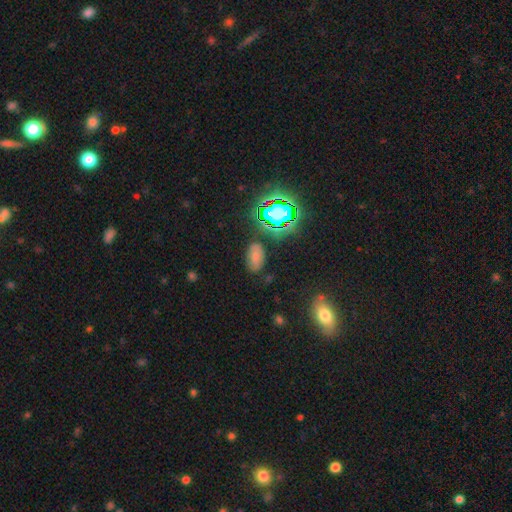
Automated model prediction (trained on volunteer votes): A smooth galaxy with no disk features (64%) that is in between round and cigar-shaped (92%).

Vote fractions:
- Smooth or featured? smooth: 64% / star or artifact: 24% / featured or disk: 12%
- How rounded? in between: 92% / round: 6% / cigar-shaped: 2%
- Merging? none: 78% / minor disturbance: 15% / major disturbance: 5% / merger: 3%